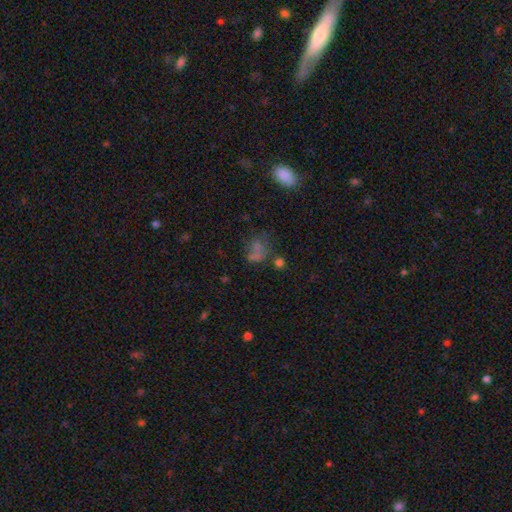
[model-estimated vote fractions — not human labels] A smooth galaxy with no disk features (54%) that is in between round and cigar-shaped (52%). Merging: none (42%).